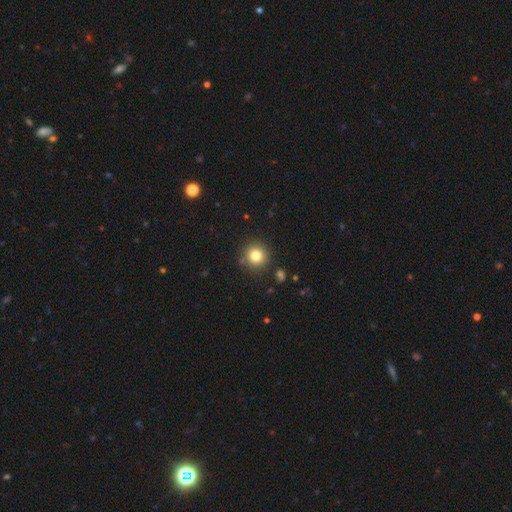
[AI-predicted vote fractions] Smooth or featured?
  - smooth: 80% *
  - star or artifact: 13%
  - featured or disk: 8%
How rounded?
  - round: 93% *
  - in between: 6%
  - cigar-shaped: 1%
Merging?
  - none: 87% *
  - minor disturbance: 7%
  - merger: 3%
  - major disturbance: 2%